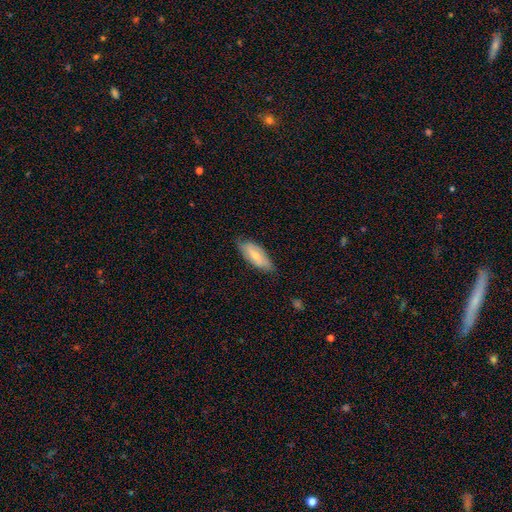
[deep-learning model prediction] This is possibly a smooth galaxy (56%). How rounded: clearly in between (81%). Merging: likely none (74%).